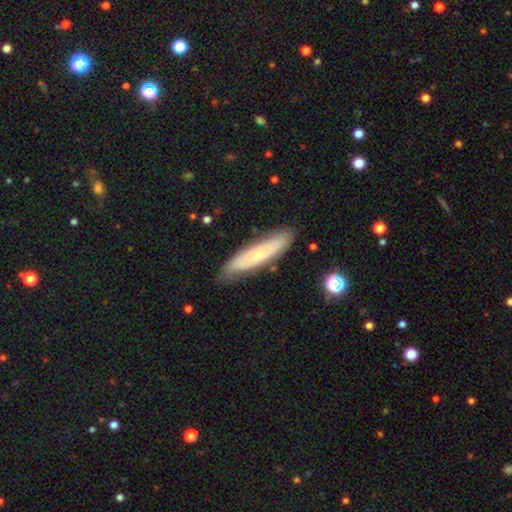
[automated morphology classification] A featured or disk galaxy (49%). Merging: none (85%).